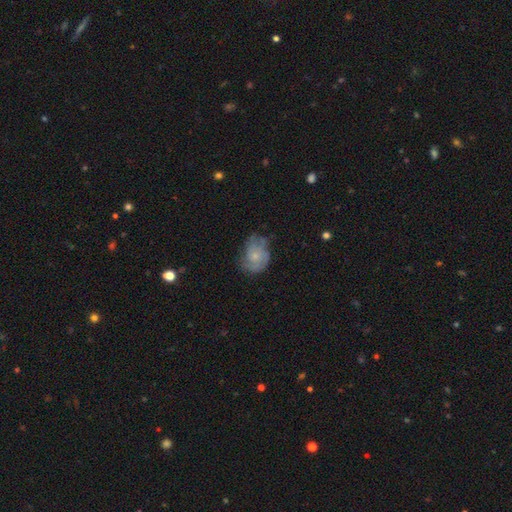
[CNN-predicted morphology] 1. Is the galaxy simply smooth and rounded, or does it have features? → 50% featured or disk, 42% smooth, 8% star or artifact.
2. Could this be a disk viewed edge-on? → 97% no, 3% yes.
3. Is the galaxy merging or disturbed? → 51% none, 32% minor disturbance, 15% major disturbance, 2% merger.